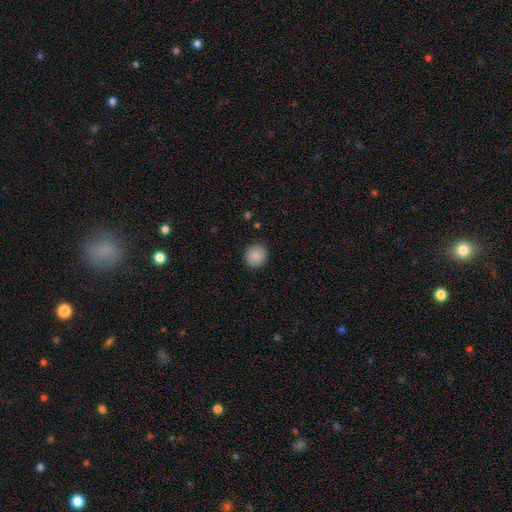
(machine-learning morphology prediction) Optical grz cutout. It shows a smooth galaxy with no disk features (89%) that is round (92%). Merging: none (92%).